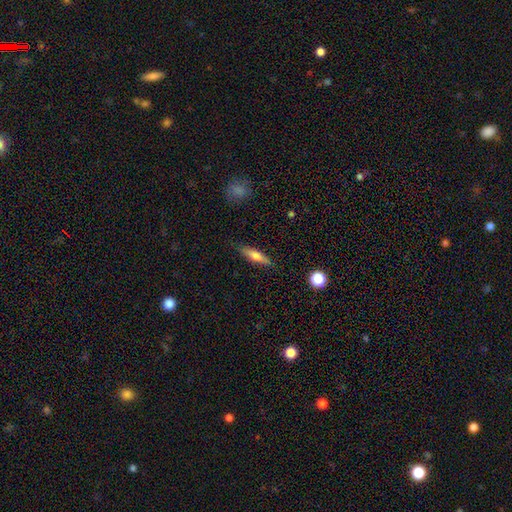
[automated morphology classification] A smooth galaxy with no disk features (66%) that is cigar-shaped (69%).

Vote fractions:
- Smooth or featured? smooth: 66% / featured or disk: 27% / star or artifact: 7%
- How rounded? cigar-shaped: 69% / in between: 28% / round: 2%
- Merging? none: 85% / minor disturbance: 11% / major disturbance: 3% / merger: 1%